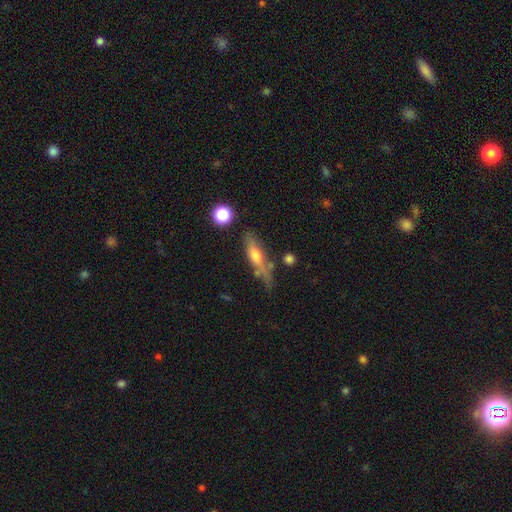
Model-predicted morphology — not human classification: type=featured or disk (47%); merging=none (57%).